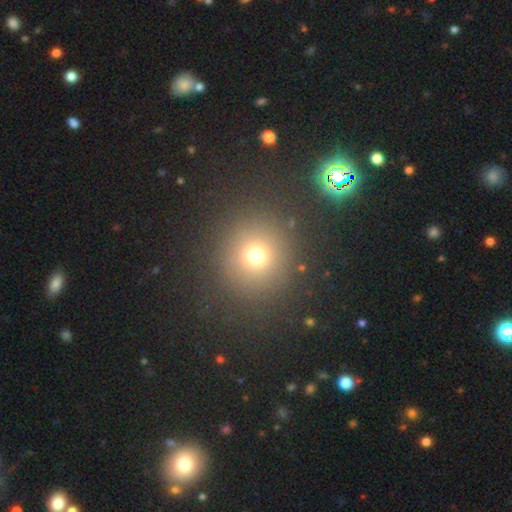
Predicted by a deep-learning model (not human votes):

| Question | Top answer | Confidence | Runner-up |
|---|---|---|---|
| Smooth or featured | smooth | 72% | star or artifact (20%) |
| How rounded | round | 91% | in between (8%) |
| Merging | none | 86% | minor disturbance (7%) |